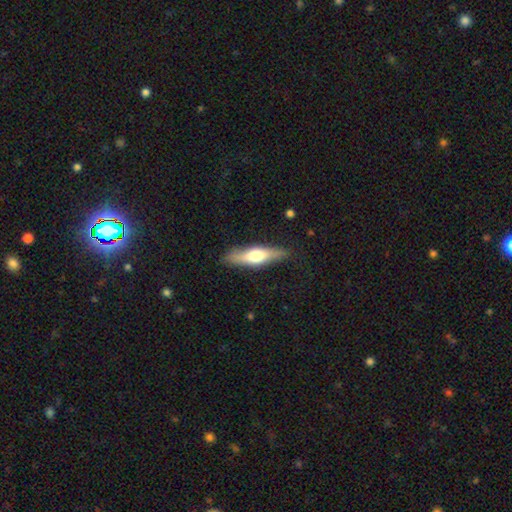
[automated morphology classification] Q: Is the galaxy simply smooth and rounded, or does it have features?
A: smooth — 49%.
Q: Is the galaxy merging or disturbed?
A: none — 85%.